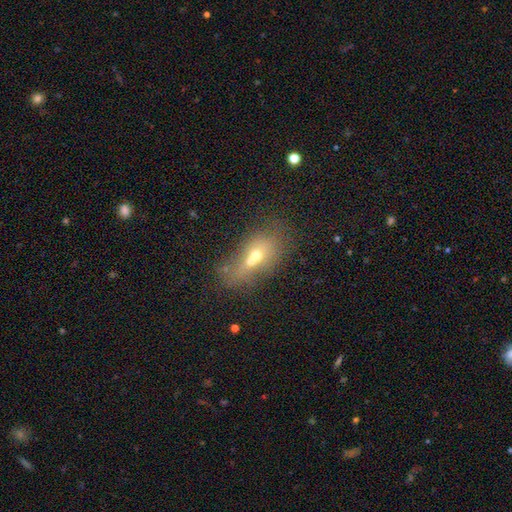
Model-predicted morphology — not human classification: A smooth galaxy with no disk features (55%) that is in between round and cigar-shaped (64%).

Vote fractions:
- Smooth or featured? smooth: 55% / featured or disk: 32% / star or artifact: 13%
- How rounded? in between: 64% / round: 30% / cigar-shaped: 6%
- Merging? merger: 64% / none: 21% / minor disturbance: 8% / major disturbance: 6%